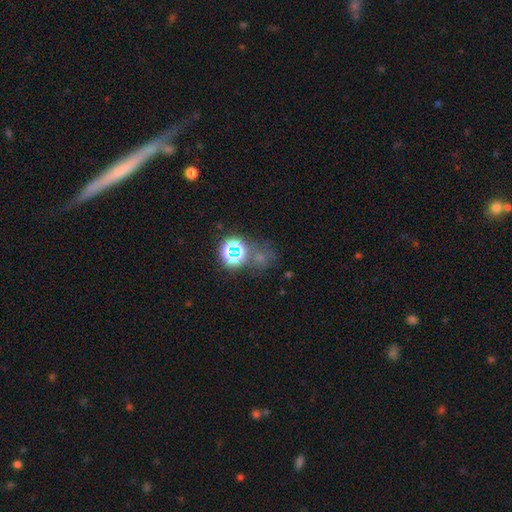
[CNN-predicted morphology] A star or artifact, not a galaxy (48%).